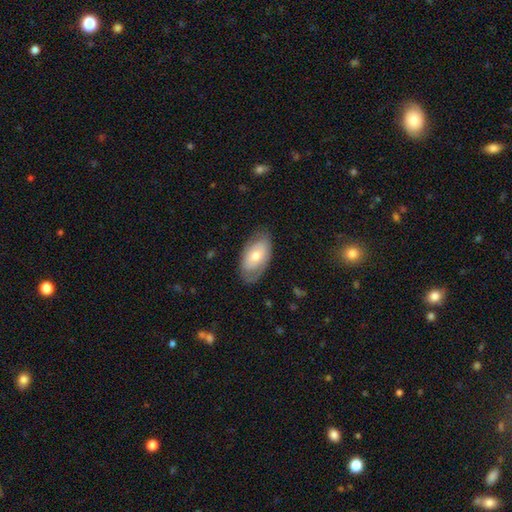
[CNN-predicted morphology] Smooth or featured: smooth — 59% (featured or disk — 36%)
How rounded: in between — 93% (round — 5%)
Merging: none — 73% (minor disturbance — 20%)